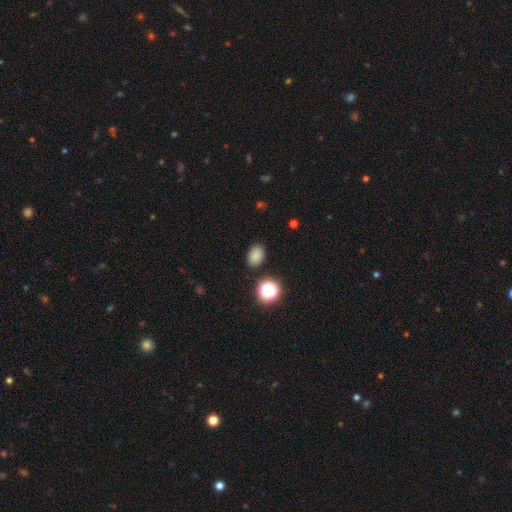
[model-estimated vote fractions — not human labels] Overall: smooth (81%). How rounded: in between (74%). Merging: none (85%).